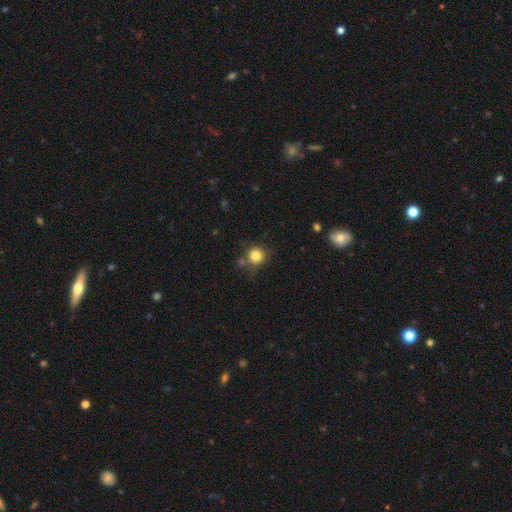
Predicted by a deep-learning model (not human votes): smooth-or-featured: smooth: 82% | star or artifact: 11% | featured or disk: 7%
  how-rounded: round: 92% | in between: 7% | cigar-shaped: 1%
  merging: none: 69% | minor disturbance: 16% | merger: 11% | major disturbance: 5%